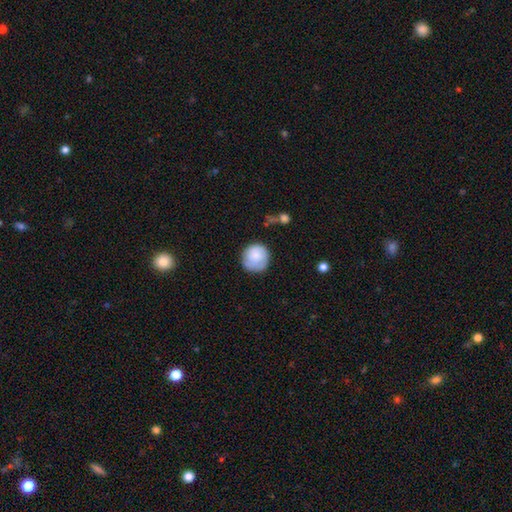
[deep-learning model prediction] Smooth or featured? smooth (77%)
How rounded? round (91%)
Merging? none (72%)